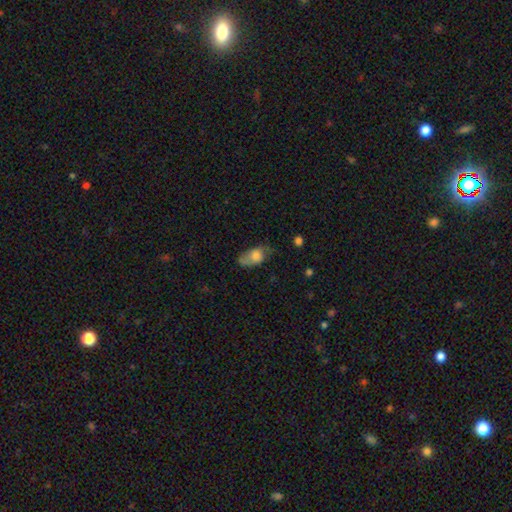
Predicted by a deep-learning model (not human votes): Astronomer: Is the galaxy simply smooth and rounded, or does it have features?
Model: smooth — 61%.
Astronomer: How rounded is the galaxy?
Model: in between — 87%.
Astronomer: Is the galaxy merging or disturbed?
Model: none — 49% (runner-up: minor disturbance, 31%).